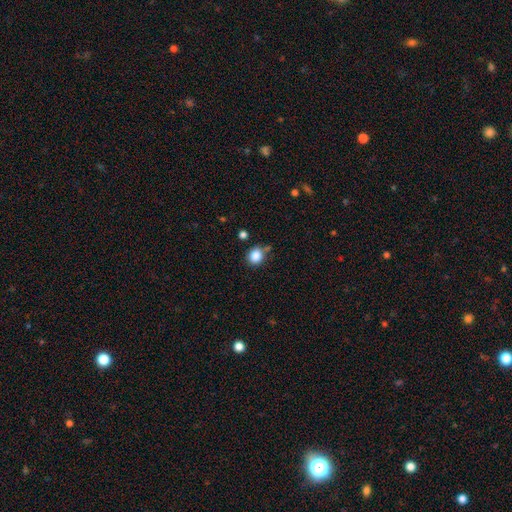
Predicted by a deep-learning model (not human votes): Q: Smooth or featured?
A: smooth (84%); runner-up: star or artifact (11%)
Q: How rounded?
A: round (81%); runner-up: in between (19%)
Q: Merging?
A: none (73%); runner-up: minor disturbance (16%)